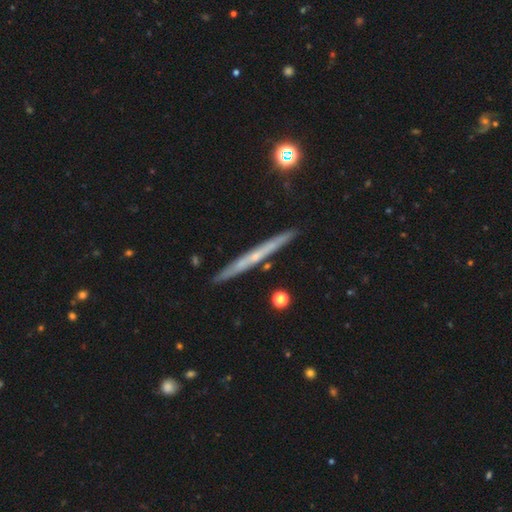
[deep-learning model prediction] Morphology: type=featured or disk (64%); edge-on=yes (96%); edge-on bulge=none (66%); merging=none (89%).